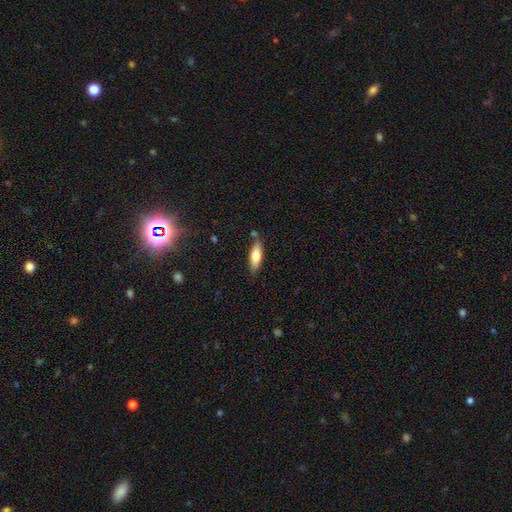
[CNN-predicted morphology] smooth-or-featured: smooth: 70% | featured or disk: 23% | star or artifact: 6%
  how-rounded: in between: 55% | cigar-shaped: 43% | round: 2%
  merging: none: 78% | minor disturbance: 14% | merger: 5% | major disturbance: 3%